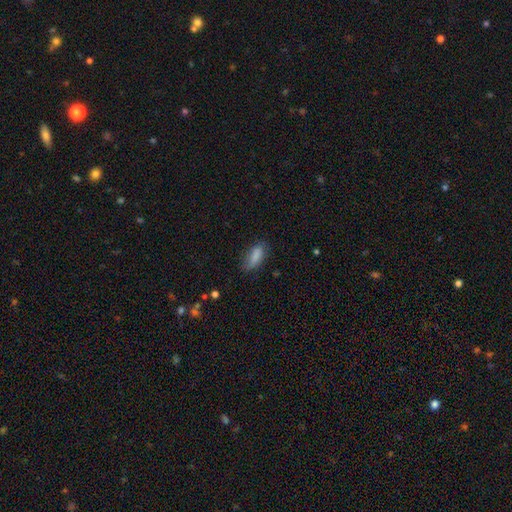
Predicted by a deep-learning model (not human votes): Morphology: type=smooth (84%); roundness=in between (78%); merging=none (67%).